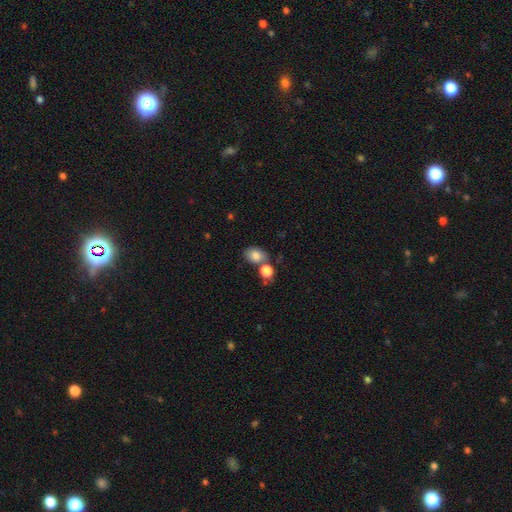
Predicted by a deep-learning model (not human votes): A smooth galaxy with no disk features (82%) that is in between round and cigar-shaped (66%).

Vote fractions:
- Smooth or featured? smooth: 82% / star or artifact: 10% / featured or disk: 8%
- How rounded? in between: 66% / round: 33% / cigar-shaped: 1%
- Merging? none: 56% / merger: 26% / minor disturbance: 13% / major disturbance: 5%